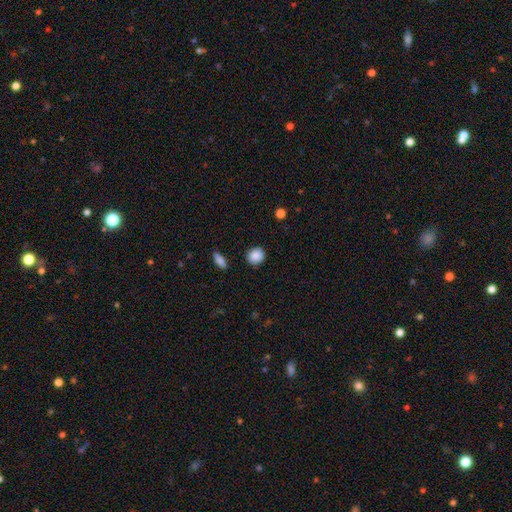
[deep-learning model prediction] A smooth galaxy with no disk features (88%) that is round (84%).

Vote fractions:
- Smooth or featured? smooth: 88% / star or artifact: 8% / featured or disk: 4%
- How rounded? round: 84% / in between: 15% / cigar-shaped: 1%
- Merging? none: 88% / minor disturbance: 8% / major disturbance: 2% / merger: 2%